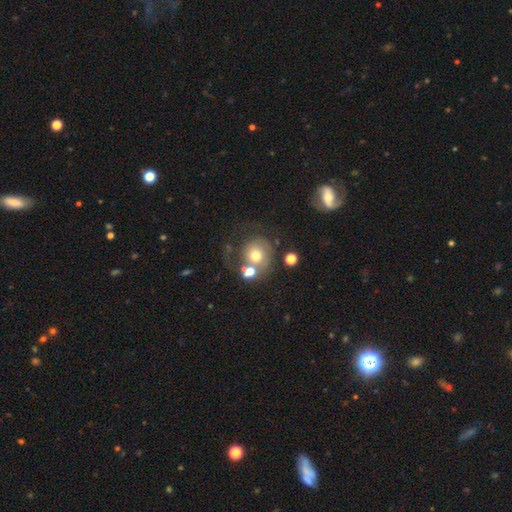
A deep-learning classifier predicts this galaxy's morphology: A smooth galaxy with no disk features (58%) that is round (83%). Merging: none (38%).